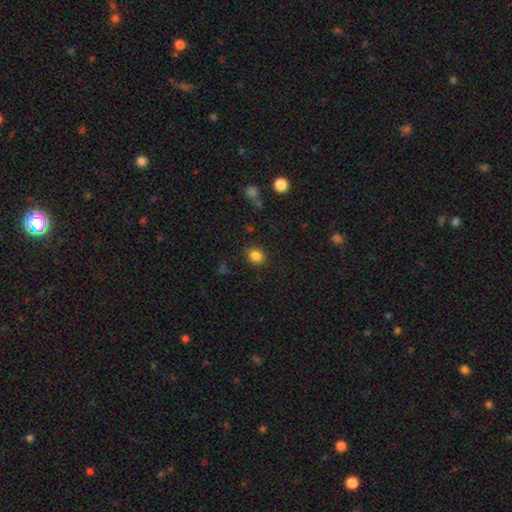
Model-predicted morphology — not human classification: smooth-or-featured: smooth: 84% | star or artifact: 11% | featured or disk: 5%
  how-rounded: round: 63% | in between: 36% | cigar-shaped: 1%
  merging: none: 88% | minor disturbance: 8% | major disturbance: 3% | merger: 1%